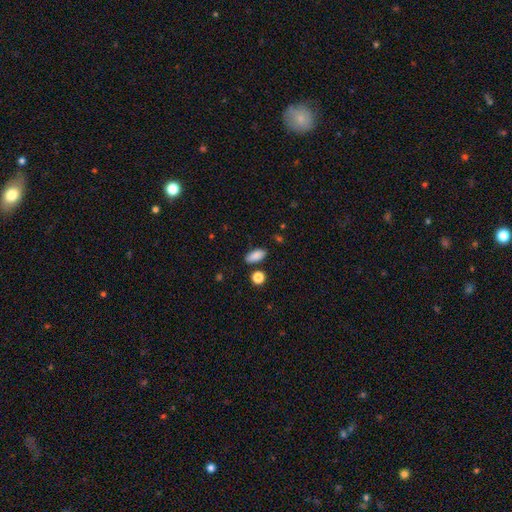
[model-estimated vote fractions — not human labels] Morphology: type=smooth (87%); roundness=in between (87%); merging=none (82%).